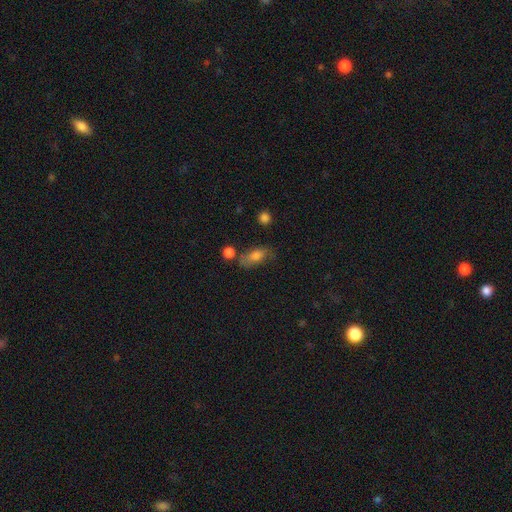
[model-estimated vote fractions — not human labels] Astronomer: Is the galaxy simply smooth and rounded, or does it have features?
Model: smooth — 70%.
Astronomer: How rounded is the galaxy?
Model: in between — 81%.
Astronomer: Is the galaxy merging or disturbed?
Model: none — 59%.